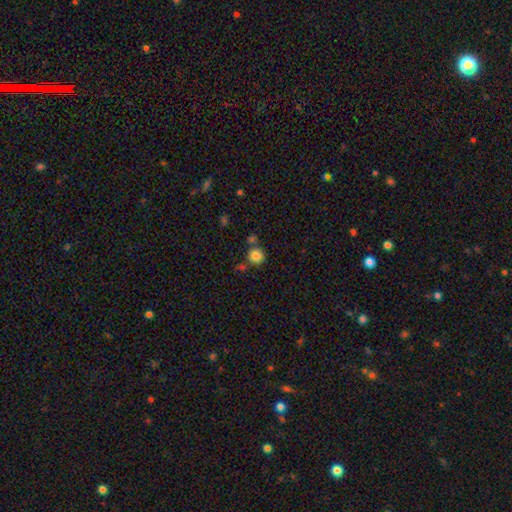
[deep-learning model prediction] smooth 84%, star or artifact 11%, featured or disk 5%. Down the decision tree: how rounded — round (92%); merging — none (74%).